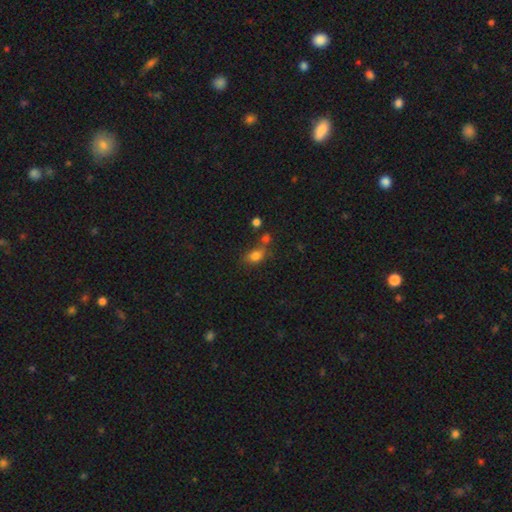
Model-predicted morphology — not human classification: A smooth galaxy with no disk features (78%) that is in between round and cigar-shaped (70%).

Vote fractions:
- Smooth or featured? smooth: 78% / star or artifact: 13% / featured or disk: 9%
- How rounded? in between: 70% / round: 27% / cigar-shaped: 3%
- Merging? none: 50% / merger: 23% / minor disturbance: 18% / major disturbance: 8%